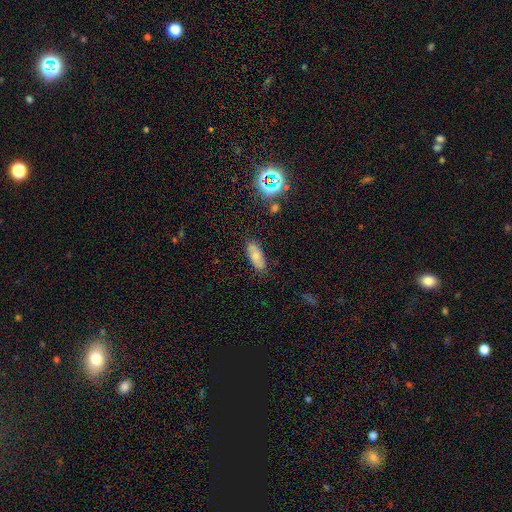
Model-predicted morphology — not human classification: A smooth galaxy with no disk features (72%) that is in between round and cigar-shaped (78%). Merging: none (83%).